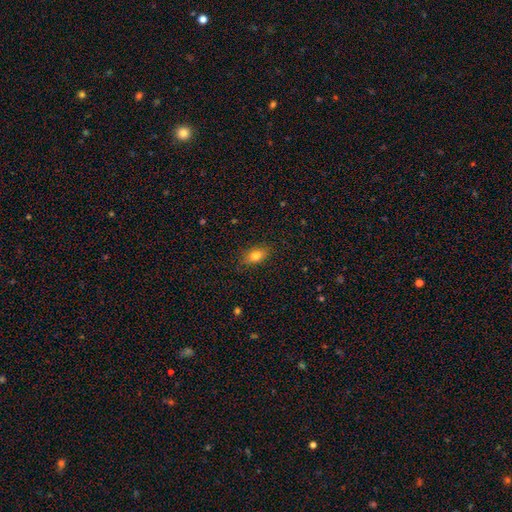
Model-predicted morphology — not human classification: Smooth or featured: smooth — 80% (featured or disk — 11%)
How rounded: in between — 84% (round — 10%)
Merging: none — 85% (minor disturbance — 12%)